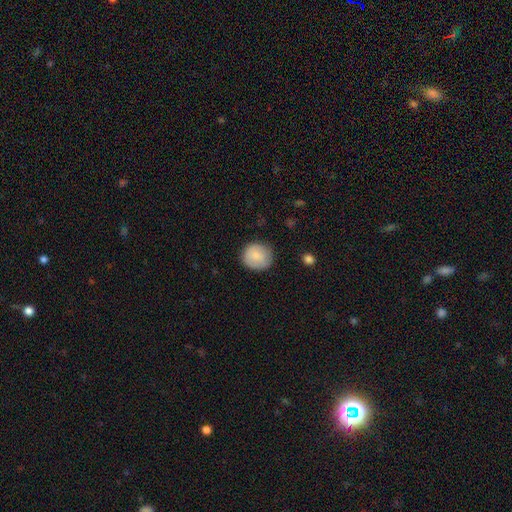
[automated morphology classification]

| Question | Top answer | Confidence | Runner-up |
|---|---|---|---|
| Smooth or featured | smooth | 83% | featured or disk (10%) |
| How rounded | round | 85% | in between (14%) |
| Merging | none | 83% | minor disturbance (13%) |